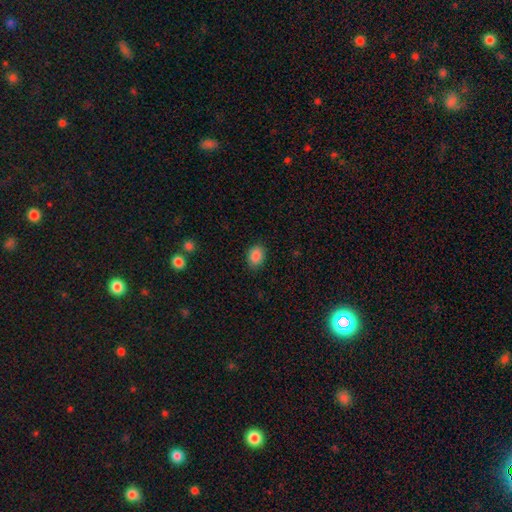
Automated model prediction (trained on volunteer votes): A smooth galaxy with no disk features (87%) that is in between round and cigar-shaped (73%). Merging: none (88%).